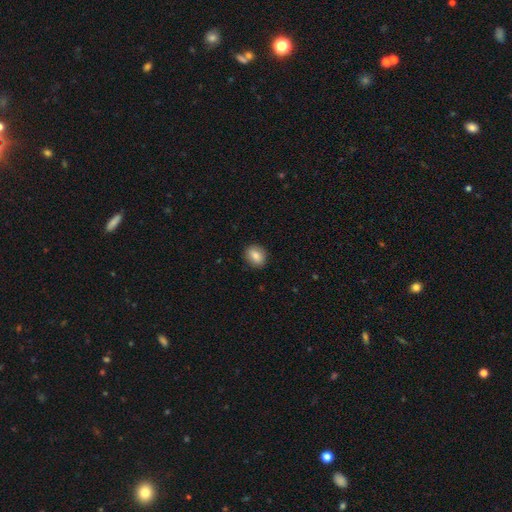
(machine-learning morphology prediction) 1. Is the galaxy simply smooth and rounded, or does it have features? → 82% smooth, 10% featured or disk, 8% star or artifact.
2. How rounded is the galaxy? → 54% round, 45% in between, 1% cigar-shaped.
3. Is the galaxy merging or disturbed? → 89% none, 8% minor disturbance, 2% major disturbance, 1% merger.